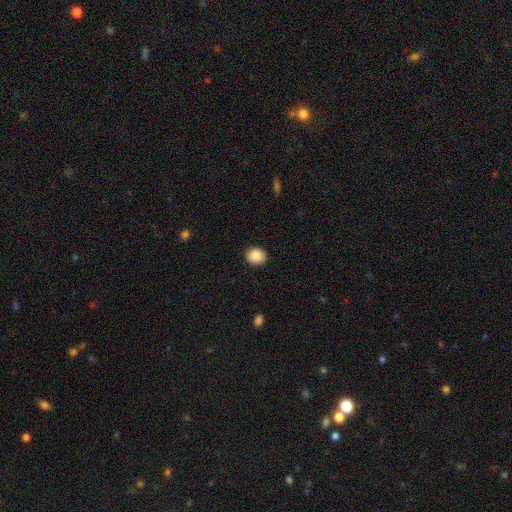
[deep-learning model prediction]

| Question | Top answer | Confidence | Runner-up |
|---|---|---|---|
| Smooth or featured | smooth | 89% | star or artifact (8%) |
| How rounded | round | 74% | in between (25%) |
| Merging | none | 89% | minor disturbance (7%) |